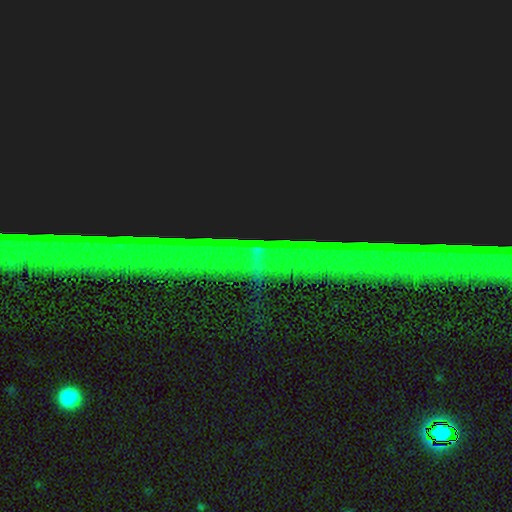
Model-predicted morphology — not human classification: star or artifact 83%, featured or disk 10%, smooth 7%.